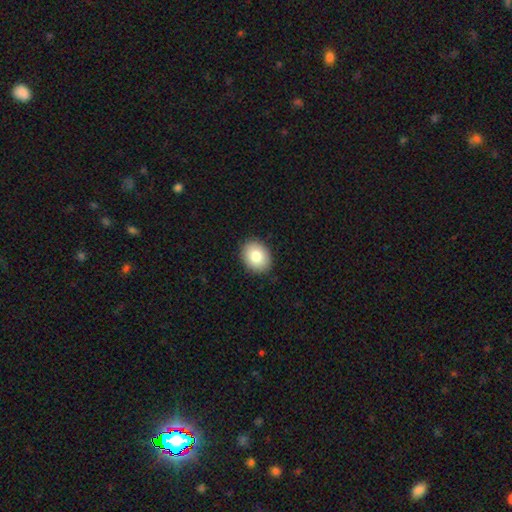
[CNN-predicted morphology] smooth-or-featured: smooth: 81% | featured or disk: 11% | star or artifact: 8%
  how-rounded: in between: 55% | round: 45% | cigar-shaped: 1%
  merging: none: 91% | minor disturbance: 7% | major disturbance: 2% | merger: 1%